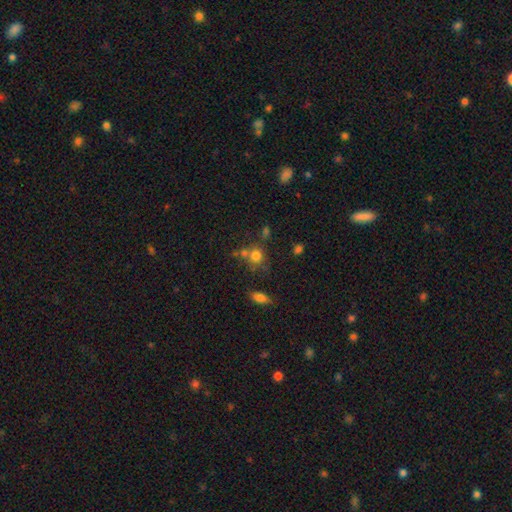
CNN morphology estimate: A smooth galaxy with no disk features (74%) that is round (81%).

Vote fractions:
- Smooth or featured? smooth: 74% / star or artifact: 15% / featured or disk: 11%
- How rounded? round: 81% / in between: 18% / cigar-shaped: 1%
- Merging? none: 54% / merger: 27% / minor disturbance: 13% / major disturbance: 6%